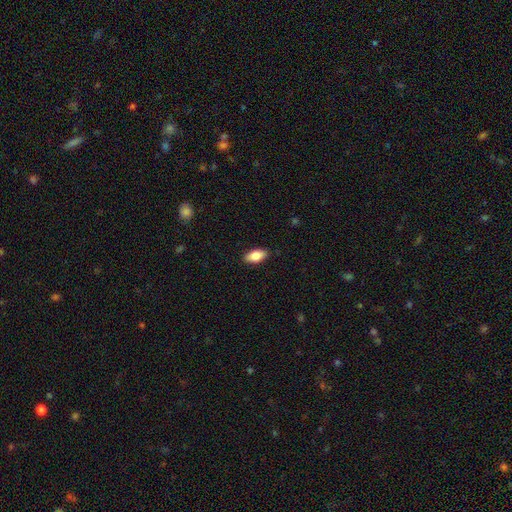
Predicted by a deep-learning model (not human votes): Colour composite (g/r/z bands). It shows a smooth galaxy with no disk features (84%) that is in between round and cigar-shaped (90%). Merging: none (88%).